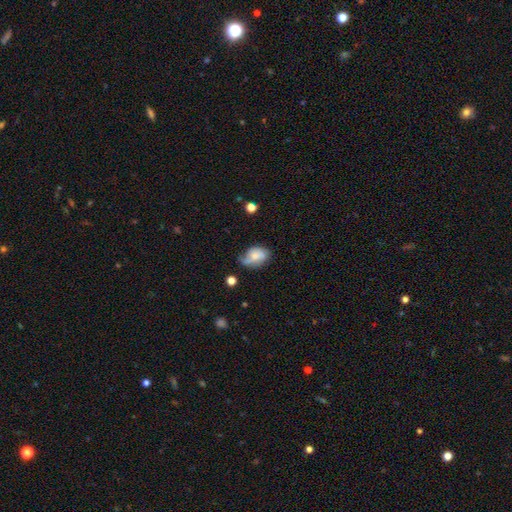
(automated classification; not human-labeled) Smooth or featured?
  - smooth: 53% *
  - featured or disk: 38%
  - star or artifact: 9%
How rounded?
  - in between: 82% *
  - round: 16%
  - cigar-shaped: 2%
Merging?
  - none: 46% *
  - minor disturbance: 34%
  - major disturbance: 15%
  - merger: 5%